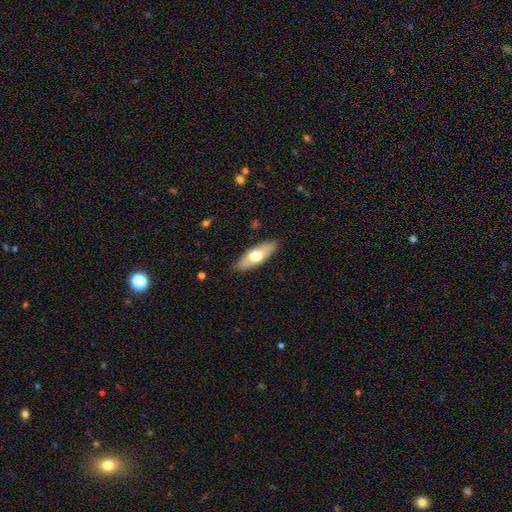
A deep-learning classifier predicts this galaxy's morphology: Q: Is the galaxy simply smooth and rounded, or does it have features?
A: smooth — 60%.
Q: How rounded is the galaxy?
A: in between — 66%.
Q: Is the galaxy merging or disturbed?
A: none — 88%.